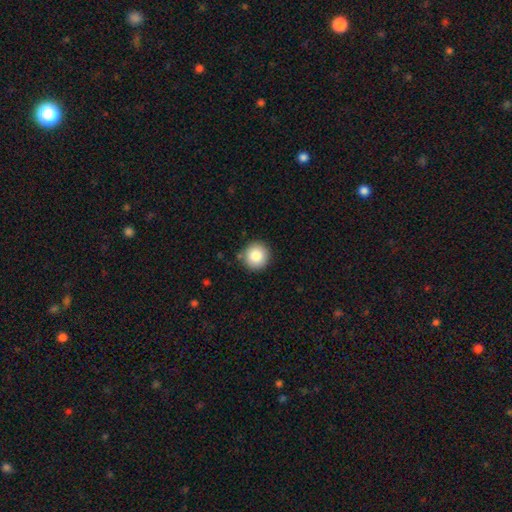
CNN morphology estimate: A smooth galaxy with no disk features (84%) that is round (94%). Merging: none (87%).